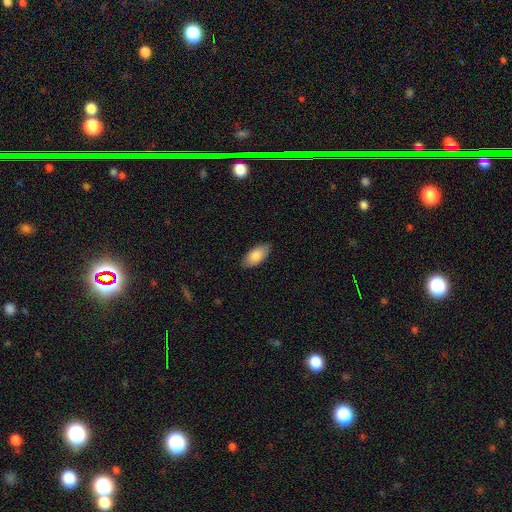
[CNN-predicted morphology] This appears to be a smooth galaxy with no disk features (85%) that is in between round and cigar-shaped (93%). Merging: none (86%).